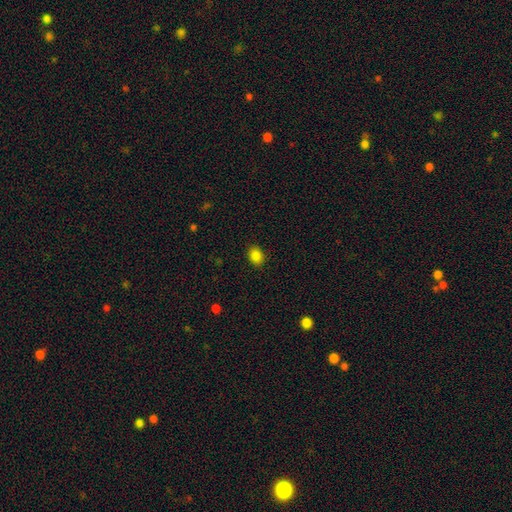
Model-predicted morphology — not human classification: This appears to be a smooth galaxy with no disk features (84%) that is in between round and cigar-shaped (56%). Merging: none (90%).